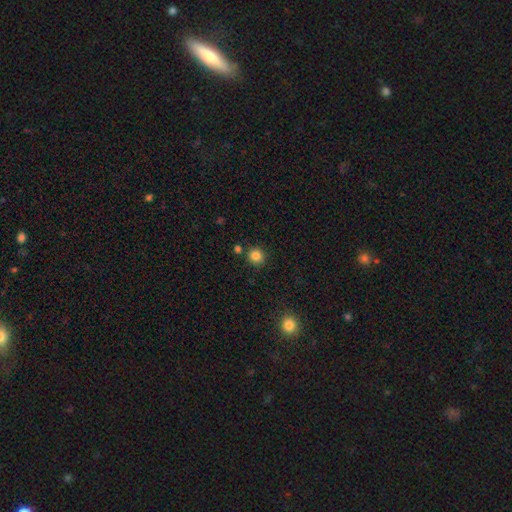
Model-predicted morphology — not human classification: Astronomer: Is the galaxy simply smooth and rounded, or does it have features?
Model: smooth — 84%.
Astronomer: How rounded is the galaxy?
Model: round — 93%.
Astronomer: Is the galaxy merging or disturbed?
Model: none — 84%.